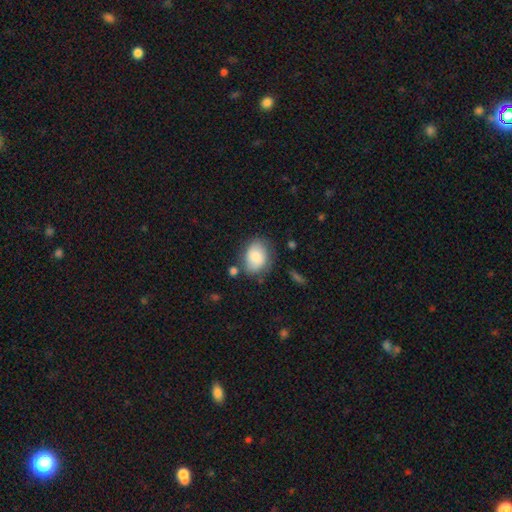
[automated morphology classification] type=smooth (74%); roundness=in between (69%); merging=none (66%).